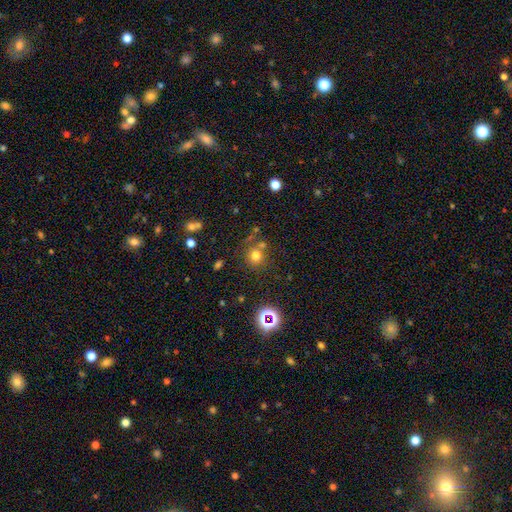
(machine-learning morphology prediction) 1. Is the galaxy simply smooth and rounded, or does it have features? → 71% smooth, 20% star or artifact, 9% featured or disk.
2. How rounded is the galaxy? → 89% round, 10% in between, 1% cigar-shaped.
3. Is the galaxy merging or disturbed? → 67% none, 16% merger, 12% minor disturbance, 5% major disturbance.